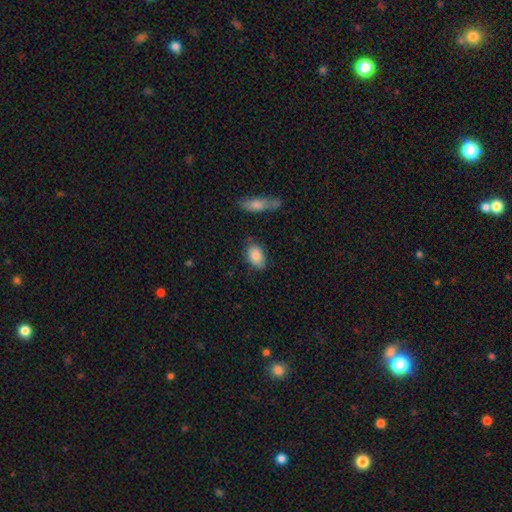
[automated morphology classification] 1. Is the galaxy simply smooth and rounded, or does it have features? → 87% smooth, 6% star or artifact, 6% featured or disk.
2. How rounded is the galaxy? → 88% in between, 9% round, 2% cigar-shaped.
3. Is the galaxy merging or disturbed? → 76% none, 16% minor disturbance, 4% major disturbance, 4% merger.